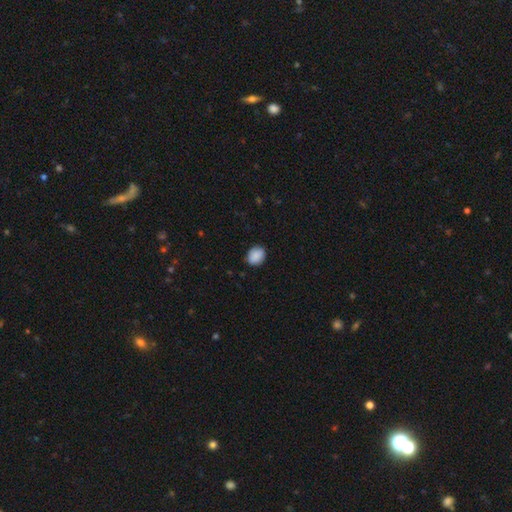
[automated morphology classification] A smooth galaxy with no disk features (89%) that is round (54%). Merging: none (84%).